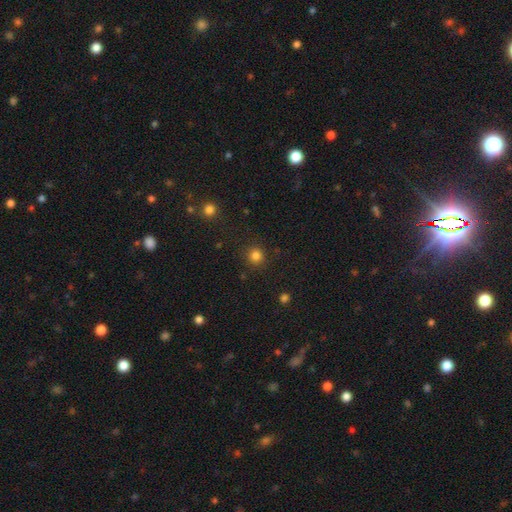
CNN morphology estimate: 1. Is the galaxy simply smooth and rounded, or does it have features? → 83% smooth, 13% star or artifact, 4% featured or disk.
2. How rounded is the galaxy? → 92% round, 7% in between, 1% cigar-shaped.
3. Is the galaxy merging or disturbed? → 89% none, 7% minor disturbance, 3% major disturbance, 2% merger.